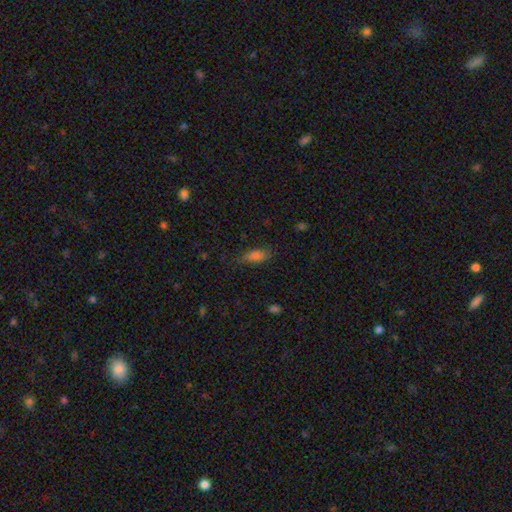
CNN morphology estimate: This is likely a smooth galaxy (76%). How rounded: likely in between (73%). Merging: likely none (69%).